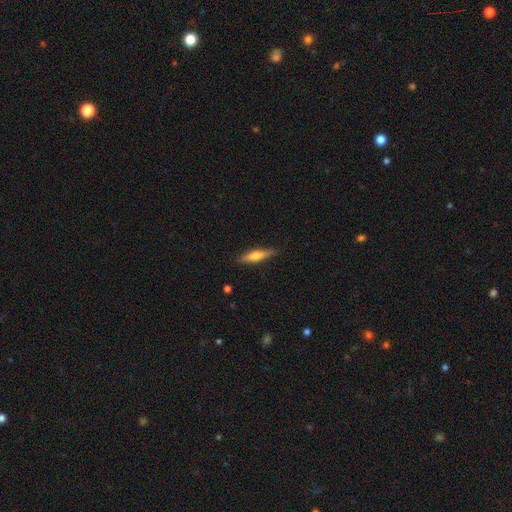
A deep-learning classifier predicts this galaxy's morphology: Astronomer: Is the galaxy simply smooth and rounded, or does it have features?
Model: smooth — 58% (runner-up: featured or disk, 36%).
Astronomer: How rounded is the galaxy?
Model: cigar-shaped — 75%.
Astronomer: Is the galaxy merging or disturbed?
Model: none — 85%.